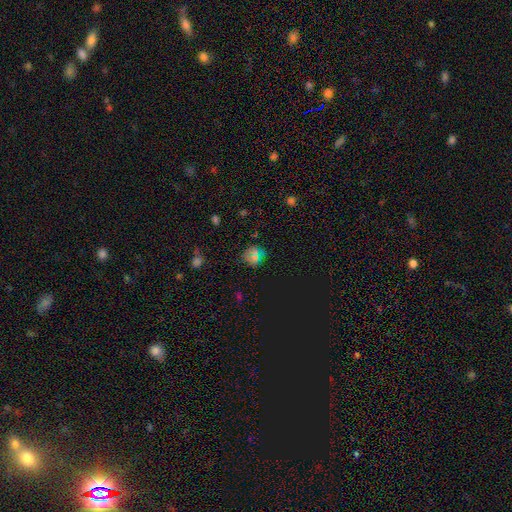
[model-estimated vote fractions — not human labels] Morphology: type=smooth (56%); roundness=round (82%); merging=none (83%).